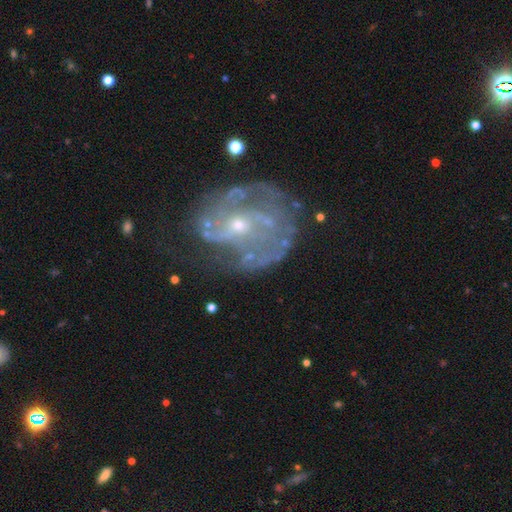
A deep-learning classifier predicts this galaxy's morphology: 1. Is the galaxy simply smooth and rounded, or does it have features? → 85% featured or disk, 8% star or artifact, 7% smooth.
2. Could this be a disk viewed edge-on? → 97% no, 3% yes.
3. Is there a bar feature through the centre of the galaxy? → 48% no, 39% weak, 14% strong.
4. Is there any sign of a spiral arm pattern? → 87% yes, 13% no.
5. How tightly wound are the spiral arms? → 44% medium, 35% tight, 20% loose.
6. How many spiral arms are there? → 48% 2, 26% can't tell, 12% 3, 6% 1, 4% 4, 4% more than 4.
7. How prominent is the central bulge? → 69% small, 27% moderate, 2% none, 1% large, 1% dominant.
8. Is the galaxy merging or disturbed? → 57% none, 21% minor disturbance, 18% major disturbance, 3% merger.